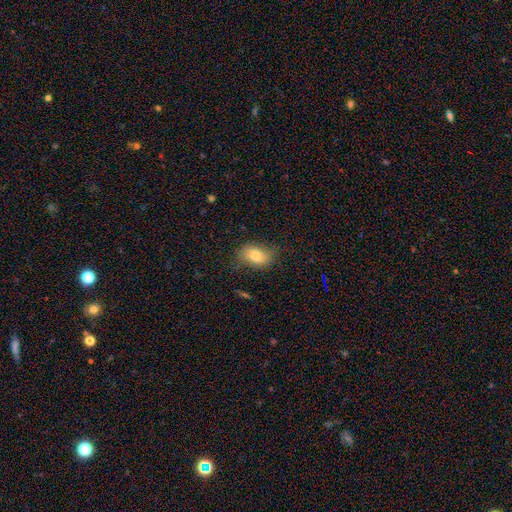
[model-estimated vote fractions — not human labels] This appears to be a smooth galaxy with no disk features (79%) that is in between round and cigar-shaped (87%). Merging: none (68%).